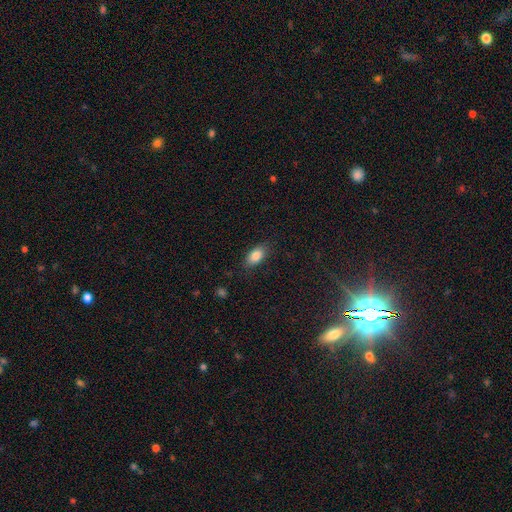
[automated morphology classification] Smooth or featured? Predicted: smooth (p=0.84). How rounded? Predicted: in between (p=0.91). Merging? Predicted: none (p=0.83).